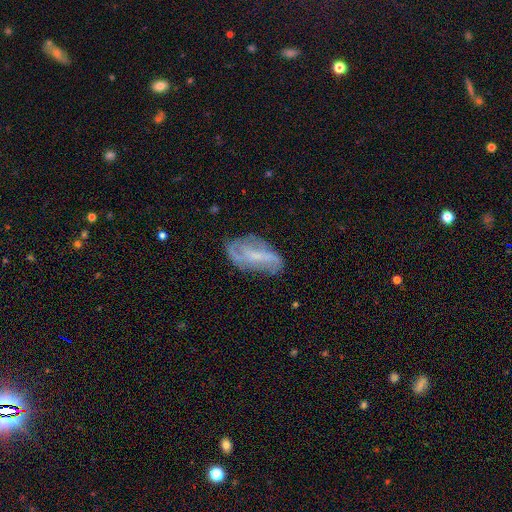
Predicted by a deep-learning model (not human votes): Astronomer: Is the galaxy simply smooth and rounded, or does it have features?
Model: featured or disk — 62%.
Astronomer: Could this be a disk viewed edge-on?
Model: no — 91%.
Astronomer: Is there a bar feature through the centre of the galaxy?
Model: weak — 42% (runner-up: no, 34%).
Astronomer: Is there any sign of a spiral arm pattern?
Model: yes — 66%.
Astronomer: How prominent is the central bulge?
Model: small — 46% (runner-up: none, 31%).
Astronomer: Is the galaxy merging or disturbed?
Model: none — 59%.